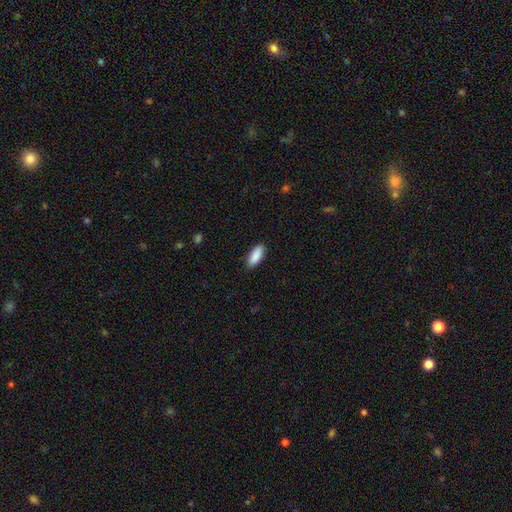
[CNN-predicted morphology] Smooth or featured? Predicted: smooth (p=0.90). How rounded? Predicted: in between (p=0.80). Merging? Predicted: none (p=0.88).